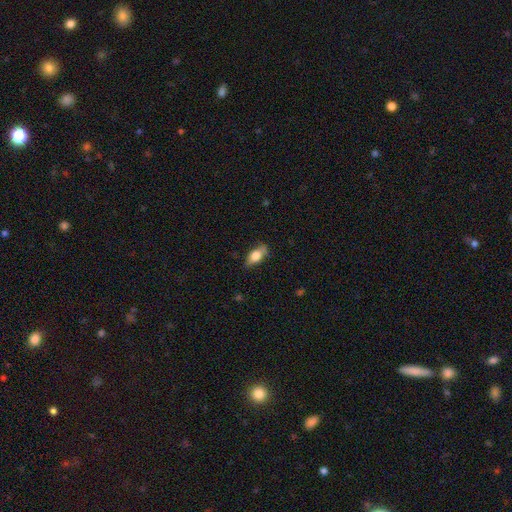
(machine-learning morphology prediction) smooth 69%, featured or disk 24%, star or artifact 7%. Down the decision tree: how rounded — in between (80%); merging — none (70%).